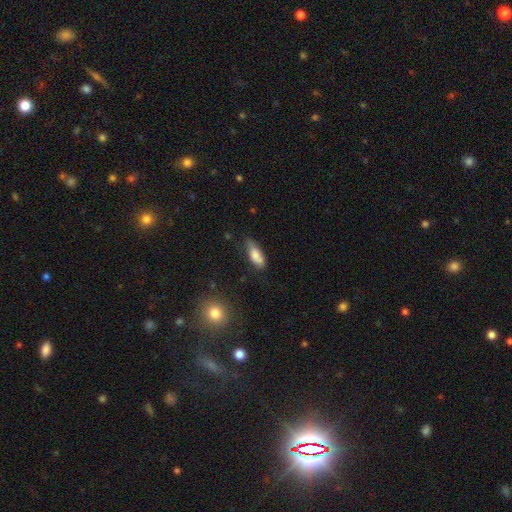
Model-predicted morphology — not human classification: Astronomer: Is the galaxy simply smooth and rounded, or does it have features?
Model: smooth — 77%.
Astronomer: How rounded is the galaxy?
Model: in between — 69%.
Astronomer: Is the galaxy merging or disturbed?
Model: none — 56% (runner-up: minor disturbance, 33%).